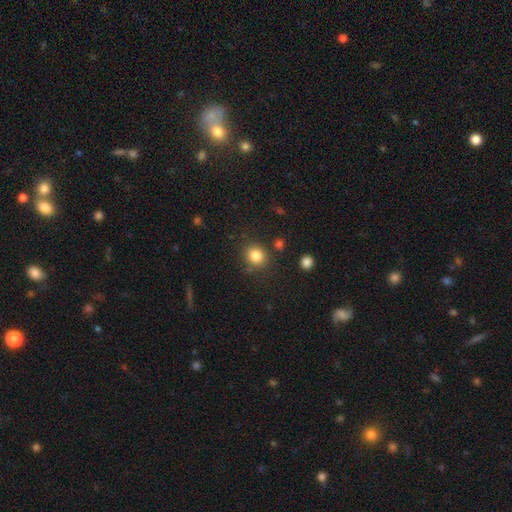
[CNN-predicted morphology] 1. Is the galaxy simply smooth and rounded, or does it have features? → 83% smooth, 11% star or artifact, 6% featured or disk.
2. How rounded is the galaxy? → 82% round, 17% in between, 1% cigar-shaped.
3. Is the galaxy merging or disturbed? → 83% none, 9% minor disturbance, 4% merger, 4% major disturbance.